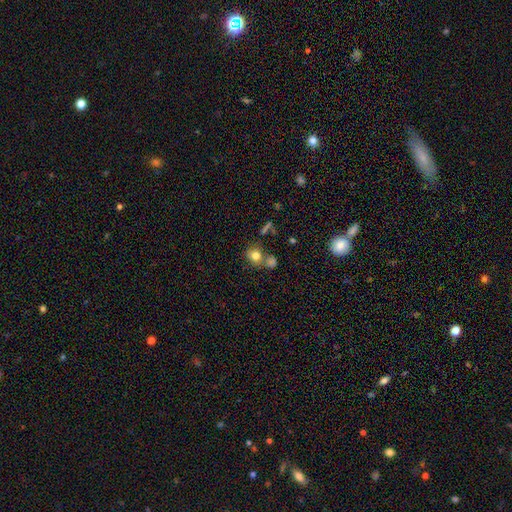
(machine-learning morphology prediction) This appears to be a smooth galaxy with no disk features (78%) that is round (80%). Merging: none (59%).